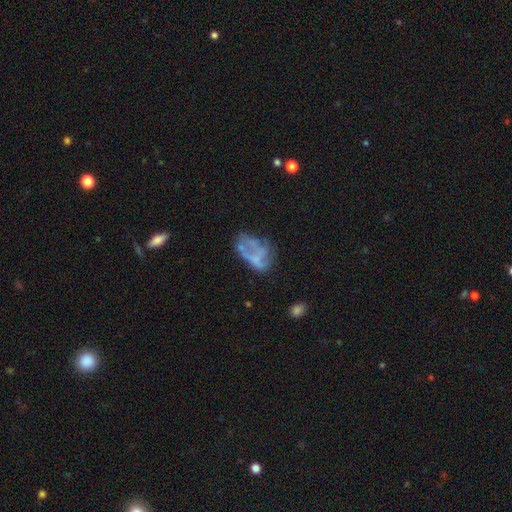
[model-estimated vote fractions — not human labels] Smooth or featured? Predicted: featured or disk (p=0.54). Edge-on disk? Predicted: no (p=0.97). Bar? Predicted: no (p=0.88). Spiral arms? Predicted: no (p=0.89). Bulge size? Predicted: none (p=0.79). Merging? Predicted: none (p=0.36).